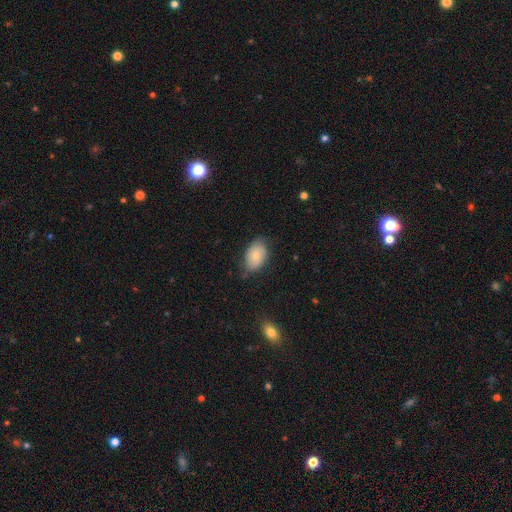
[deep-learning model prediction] Morphology: type=smooth (71%); roundness=in between (89%); merging=none (70%).